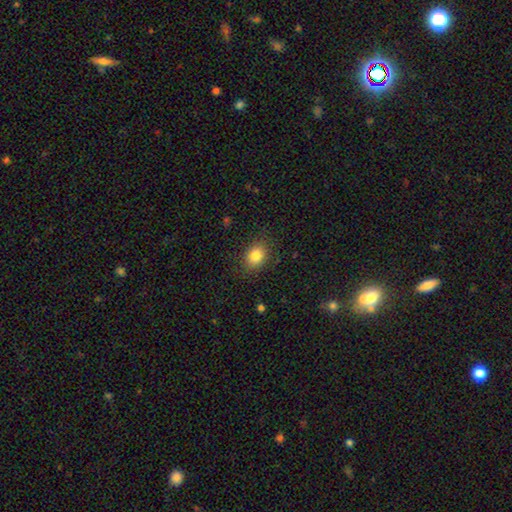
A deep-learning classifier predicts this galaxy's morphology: This is clearly a smooth galaxy (83%). How rounded: possibly in between (55%). Merging: clearly none (85%).